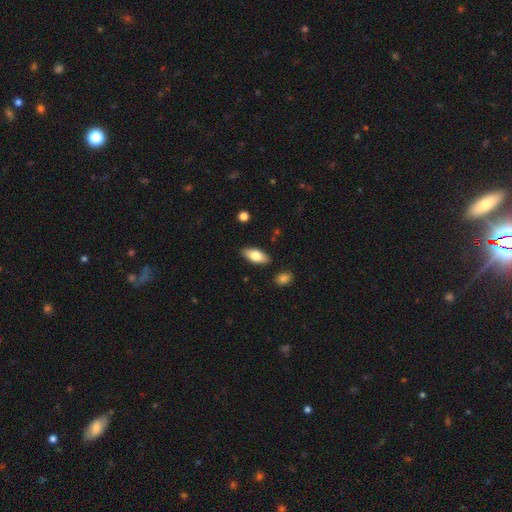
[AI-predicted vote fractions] A smooth galaxy with no disk features (78%) that is in between round and cigar-shaped (87%). Merging: none (87%).